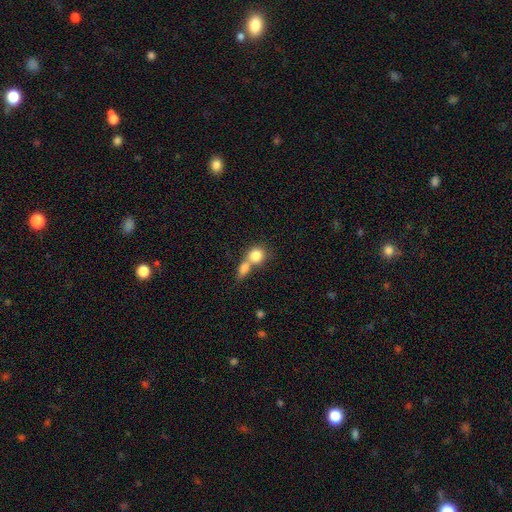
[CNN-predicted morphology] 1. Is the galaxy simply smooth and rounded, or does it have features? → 79% smooth, 12% featured or disk, 8% star or artifact.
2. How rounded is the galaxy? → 73% round, 25% in between, 2% cigar-shaped.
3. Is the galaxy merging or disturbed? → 66% merger, 25% none, 6% minor disturbance, 3% major disturbance.